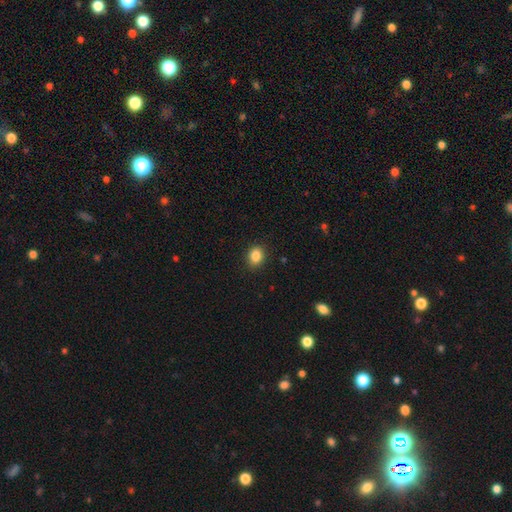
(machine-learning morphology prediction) smooth 86%, star or artifact 10%, featured or disk 4%. Down the decision tree: how rounded — round (51%); merging — none (90%).